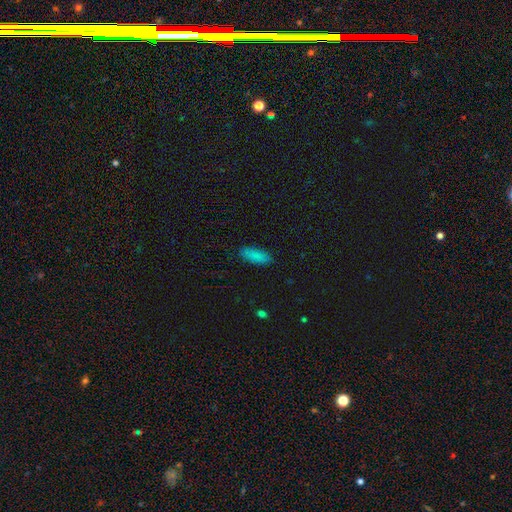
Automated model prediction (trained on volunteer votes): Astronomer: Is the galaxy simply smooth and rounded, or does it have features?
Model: smooth — 87%.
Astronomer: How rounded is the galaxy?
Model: in between — 74%.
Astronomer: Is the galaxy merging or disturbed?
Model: none — 86%.